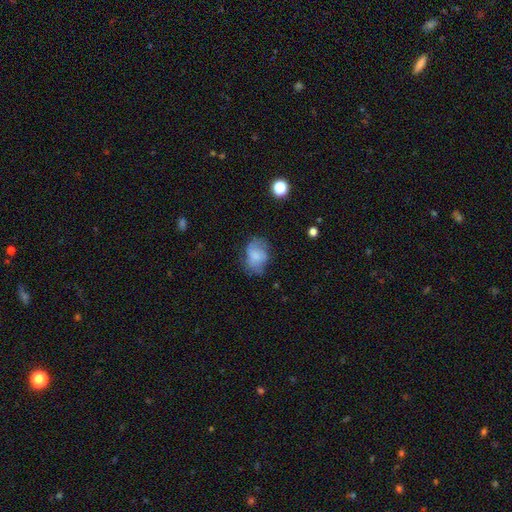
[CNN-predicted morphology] Smooth or featured?
  - smooth: 70% *
  - featured or disk: 21%
  - star or artifact: 9%
How rounded?
  - in between: 66% *
  - round: 33%
  - cigar-shaped: 1%
Merging?
  - none: 54% *
  - minor disturbance: 29%
  - major disturbance: 15%
  - merger: 2%